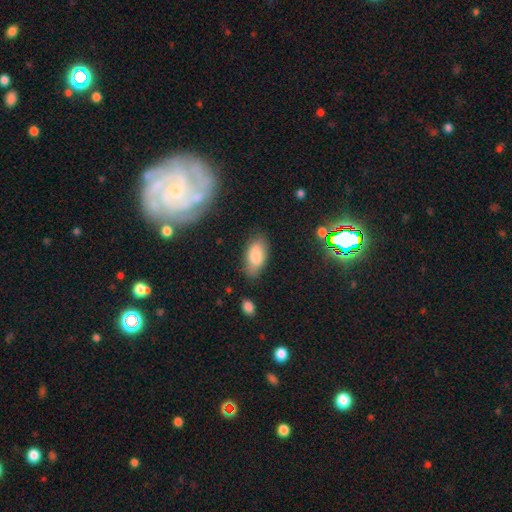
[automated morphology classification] Smooth or featured: smooth — 82% (featured or disk — 10%)
How rounded: in between — 92% (cigar-shaped — 5%)
Merging: none — 74% (minor disturbance — 19%)